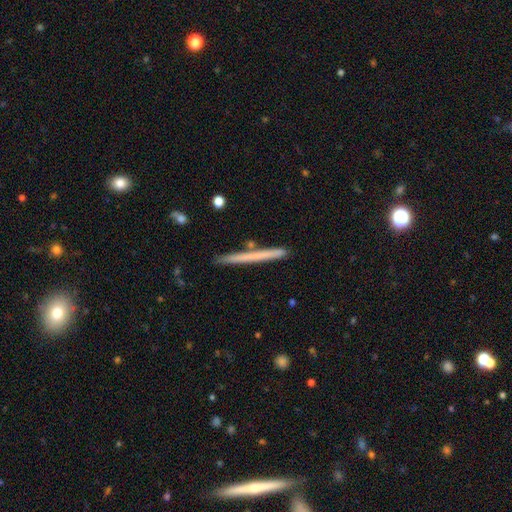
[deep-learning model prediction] This is possibly a smooth galaxy (55%). How rounded: clearly cigar-shaped (97%). Merging: clearly none (89%).